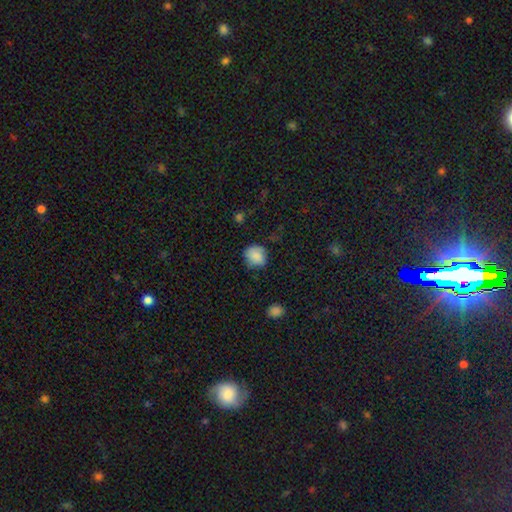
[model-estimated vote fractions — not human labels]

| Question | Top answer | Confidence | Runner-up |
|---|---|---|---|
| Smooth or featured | smooth | 82% | featured or disk (9%) |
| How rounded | round | 73% | in between (26%) |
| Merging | none | 70% | minor disturbance (23%) |